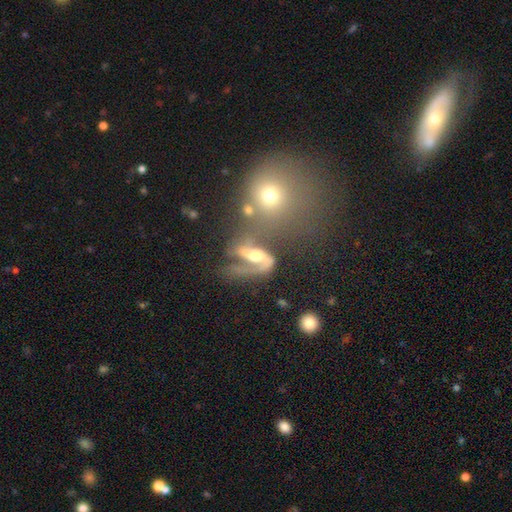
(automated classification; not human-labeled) The model was most divided on "merging": none: 30%, merger: 29%, major disturbance: 27%, minor disturbance: 14%. Remaining: edge-on disk — no (95%); spiral arms — yes (91%); smooth or featured — featured or disk (79%); spiral arm count — 2 (72%); bulge size — moderate (61%); spiral winding — loose (51%); bar — weak (36%).